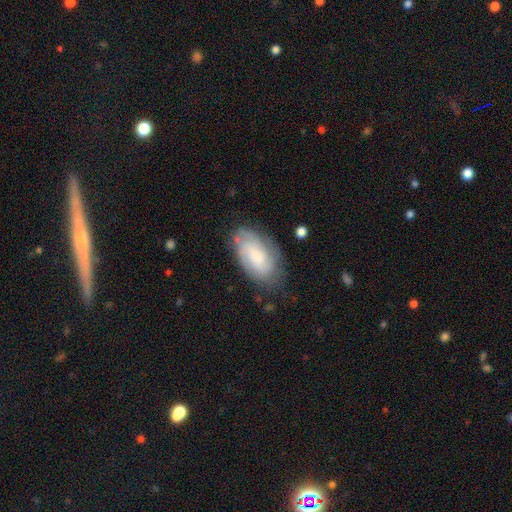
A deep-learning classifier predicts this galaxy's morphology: smooth-or-featured: featured or disk: 54% | smooth: 38% | star or artifact: 8%
  disk-edge-on: no: 95% | yes: 5%
    bar: no: 64% | weak: 31% | strong: 6%
    has-spiral-arms: yes: 86% | no: 14%
    bulge-size: small: 33% | moderate: 31% | none: 19% | large: 15% | dominant: 3%
  merging: none: 71% | minor disturbance: 21% | major disturbance: 7% | merger: 2%